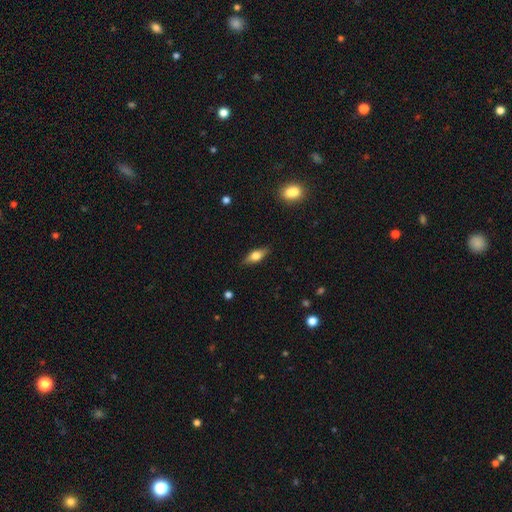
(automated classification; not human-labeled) A smooth galaxy with no disk features (55%) that is in between round and cigar-shaped (70%).

Vote fractions:
- Smooth or featured? smooth: 55% / featured or disk: 37% / star or artifact: 8%
- How rounded? in between: 70% / cigar-shaped: 25% / round: 5%
- Merging? none: 84% / minor disturbance: 12% / major disturbance: 3% / merger: 1%